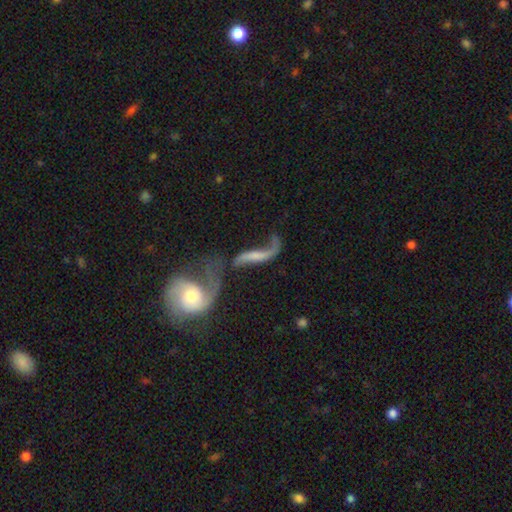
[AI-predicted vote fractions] Overall: featured or disk (73%). Edge-on disk: no (86%). Bar: no (40%; weak 32%). Spiral arms: yes (86%). Spiral arm count: 2 (84%). Spiral winding: loose (91%). Bulge size: none (36%, tied with small). Merging: merger (37%; none 27%).